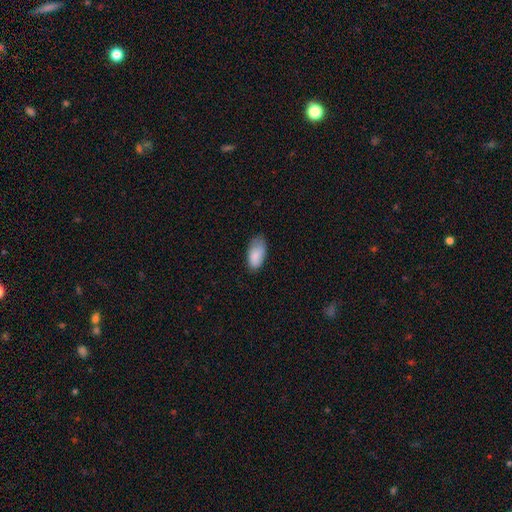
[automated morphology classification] Overall: smooth (85%). How rounded: in between (94%). Merging: none (62%; minor disturbance 30%).